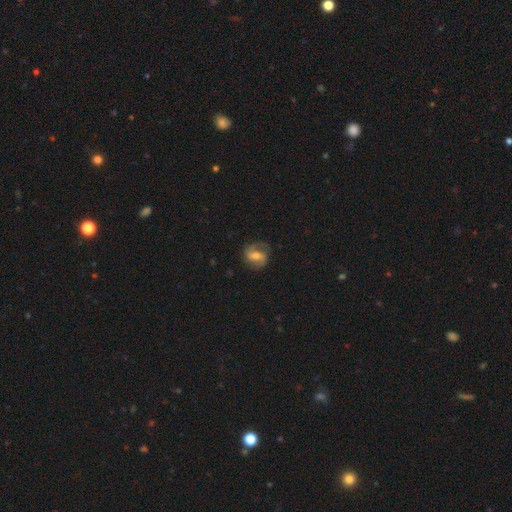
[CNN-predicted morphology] smooth-or-featured: featured or disk: 72% | smooth: 21% | star or artifact: 7%
  disk-edge-on: no: 97% | yes: 3%
    bar: weak: 44% | strong: 32% | no: 24%
    has-spiral-arms: yes: 91% | no: 9%
      spiral-winding: medium: 48% | loose: 29% | tight: 23%
      spiral-arm-count: 2: 86% | can't tell: 6% | 1: 4% | 3: 2% | 4: 1% | more than 4: 1%
    bulge-size: moderate: 59% | small: 31% | large: 6% | none: 3% | dominant: 1%
  merging: none: 76% | minor disturbance: 15% | major disturbance: 8% | merger: 1%